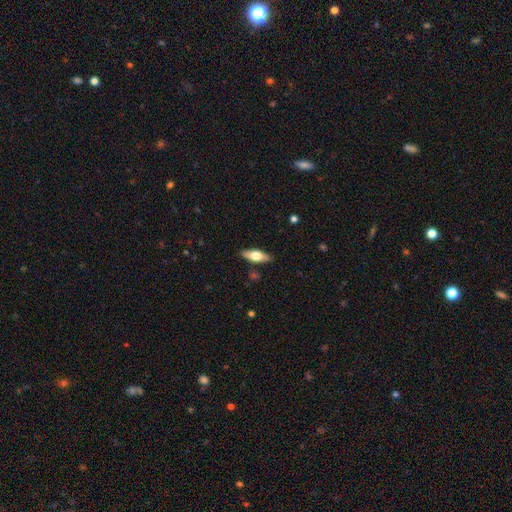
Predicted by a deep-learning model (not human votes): Smooth or featured? smooth (59%)
How rounded? in between (64%)
Merging? none (87%)